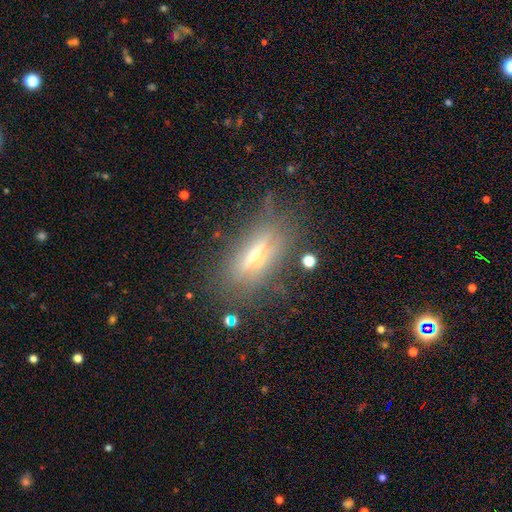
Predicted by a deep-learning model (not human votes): Smooth or featured?
  - featured or disk: 64% *
  - smooth: 25%
  - star or artifact: 11%
Edge-on disk?
  - yes: 83% *
  - no: 17%
Edge-on bulge?
  - rounded: 85% *
  - none: 9%
  - boxy: 6%
Merging?
  - none: 69% *
  - minor disturbance: 18%
  - major disturbance: 11%
  - merger: 2%